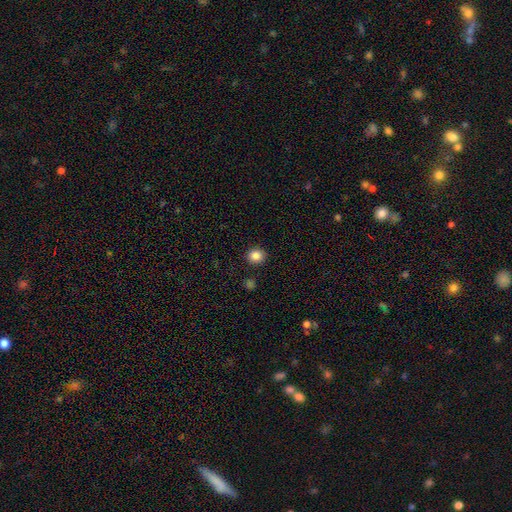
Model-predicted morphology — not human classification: Smooth or featured?
  - smooth: 86% *
  - star or artifact: 10%
  - featured or disk: 4%
How rounded?
  - round: 81% *
  - in between: 18%
  - cigar-shaped: 1%
Merging?
  - none: 90% *
  - minor disturbance: 6%
  - major disturbance: 2%
  - merger: 2%